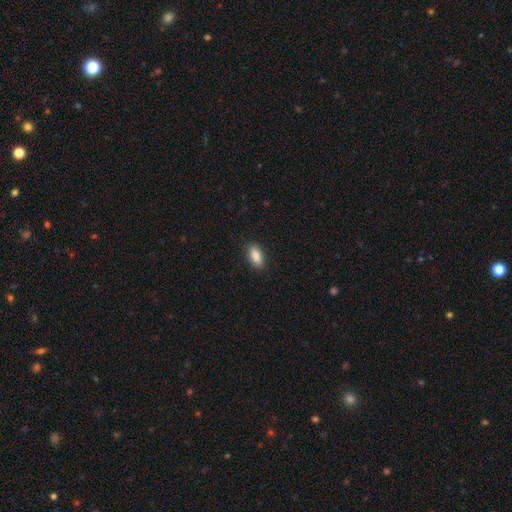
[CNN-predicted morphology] smooth 88%, star or artifact 7%, featured or disk 5%. Down the decision tree: how rounded — in between (91%); merging — none (89%).